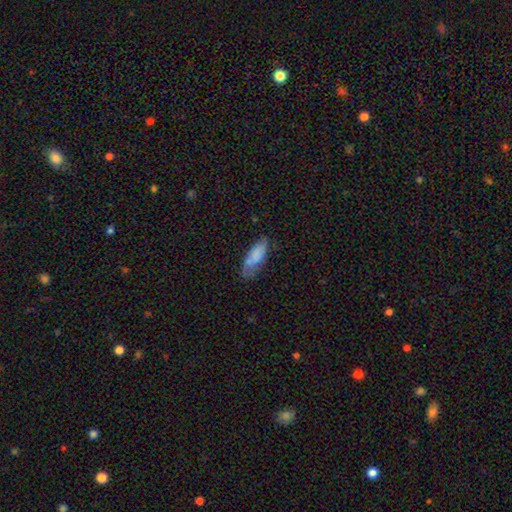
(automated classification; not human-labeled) Smooth or featured? Predicted: smooth (p=0.77). How rounded? Predicted: in between (p=0.71). Merging? Predicted: none (p=0.54).